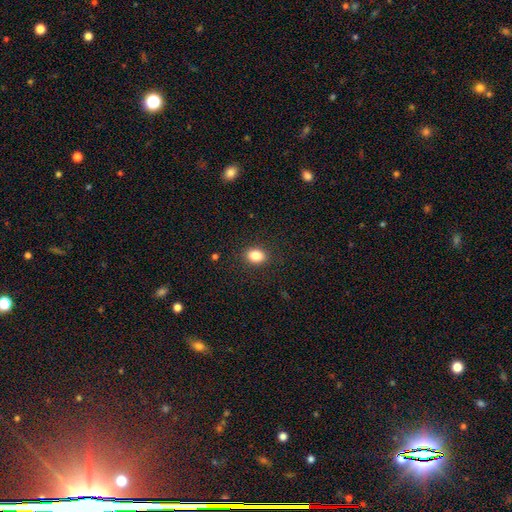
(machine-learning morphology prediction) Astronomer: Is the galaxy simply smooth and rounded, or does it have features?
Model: smooth — 85%.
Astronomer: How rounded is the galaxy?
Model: in between — 66%.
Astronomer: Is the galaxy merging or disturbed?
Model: none — 88%.